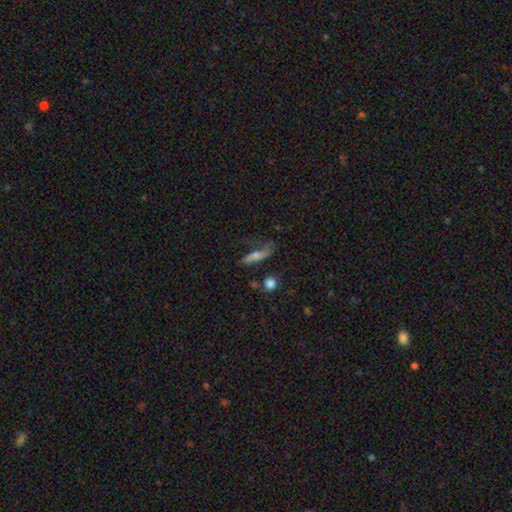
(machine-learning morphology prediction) Overall: smooth (51%; featured or disk 37%). How rounded: cigar-shaped (65%; in between 30%). Merging: none (45%; minor disturbance 24%).